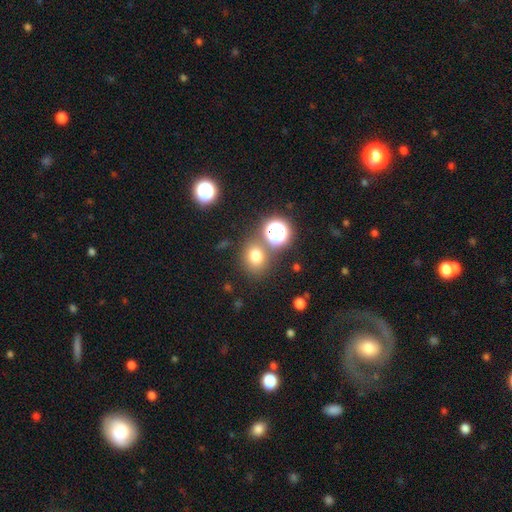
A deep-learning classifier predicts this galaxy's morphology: This appears to be a smooth galaxy with no disk features (73%) that is round (68%). Merging: none (72%).